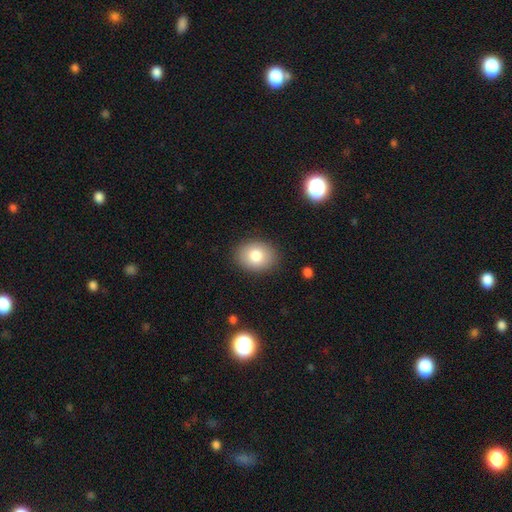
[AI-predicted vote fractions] smooth-or-featured: smooth: 81% | featured or disk: 11% | star or artifact: 8%
  how-rounded: in between: 57% | round: 42% | cigar-shaped: 1%
  merging: none: 87% | minor disturbance: 9% | major disturbance: 2% | merger: 1%